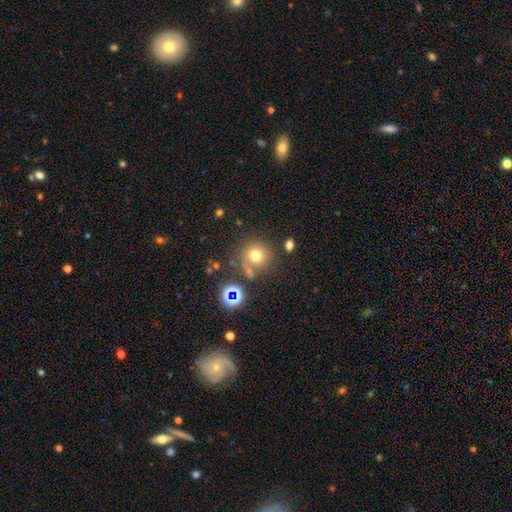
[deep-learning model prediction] A smooth galaxy with no disk features (70%) that is round (91%). Merging: none (69%).